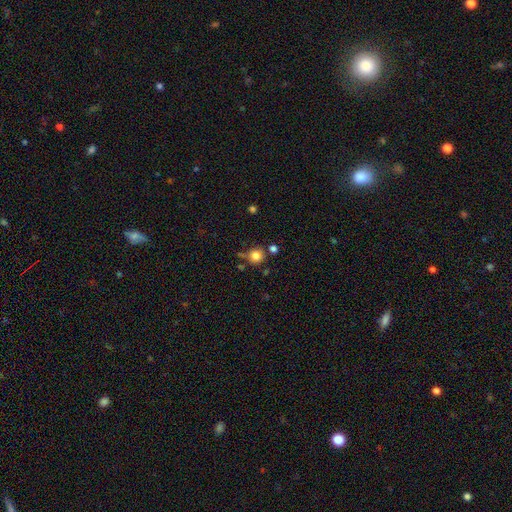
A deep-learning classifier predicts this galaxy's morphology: Smooth or featured? smooth (82%)
How rounded? round (92%)
Merging? none (71%)